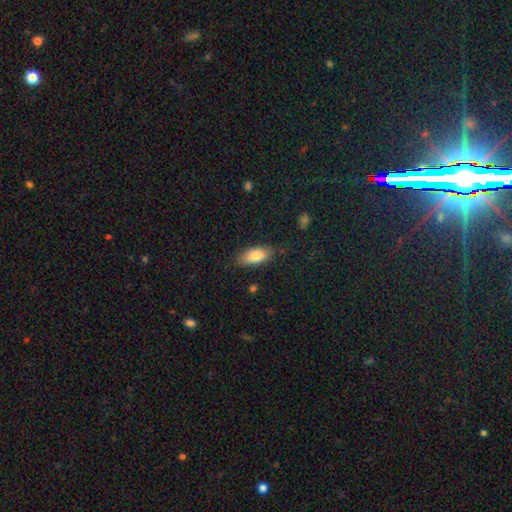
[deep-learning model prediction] Smooth or featured?
  - smooth: 80% *
  - featured or disk: 13%
  - star or artifact: 7%
How rounded?
  - in between: 84% *
  - cigar-shaped: 13%
  - round: 3%
Merging?
  - none: 82% *
  - minor disturbance: 14%
  - major disturbance: 3%
  - merger: 2%